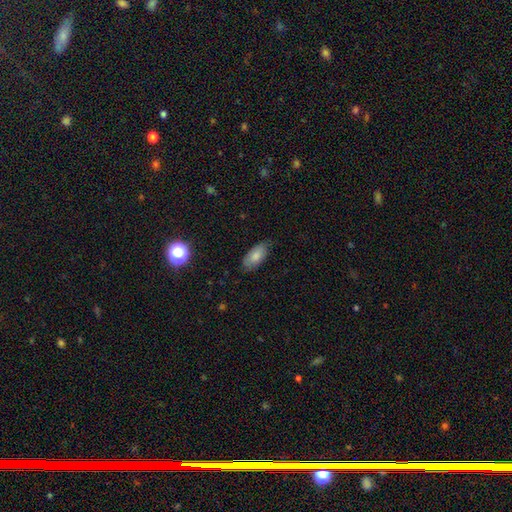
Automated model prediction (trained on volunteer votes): A smooth galaxy with no disk features (78%) that is in between round and cigar-shaped (91%).

Vote fractions:
- Smooth or featured? smooth: 78% / featured or disk: 14% / star or artifact: 8%
- How rounded? in between: 91% / cigar-shaped: 6% / round: 3%
- Merging? none: 71% / minor disturbance: 24% / major disturbance: 4% / merger: 1%